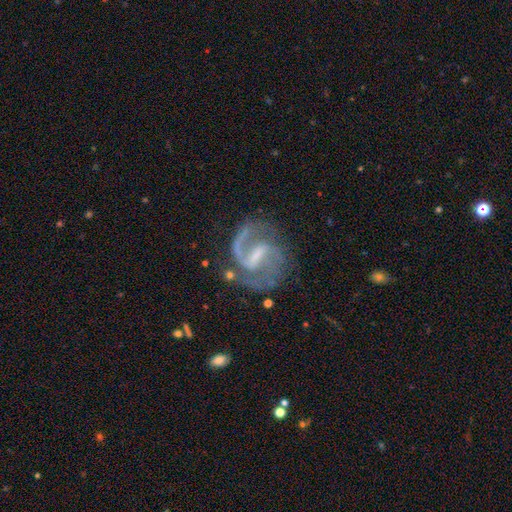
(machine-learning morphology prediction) Smooth or featured: featured or disk — 90% (star or artifact — 5%)
Edge-on disk: no — 98% (yes — 2%)
Bar: weak — 47% (strong — 41%)
Spiral arms: yes — 97% (no — 3%)
Spiral winding: medium — 58% (loose — 23%)
Spiral arm count: 2 — 85% (1 — 7%)
Bulge size: small — 41% (none — 33%)
Merging: none — 69% (minor disturbance — 17%)